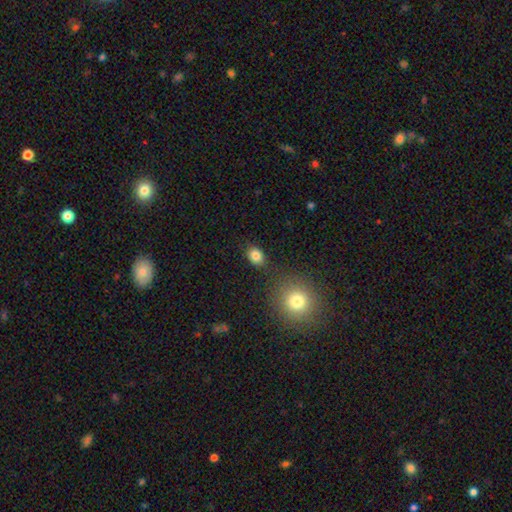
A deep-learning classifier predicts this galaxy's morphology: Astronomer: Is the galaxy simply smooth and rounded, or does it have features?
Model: smooth — 85%.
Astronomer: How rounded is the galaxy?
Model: in between — 57% (runner-up: round, 42%).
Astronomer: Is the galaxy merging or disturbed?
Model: none — 81%.